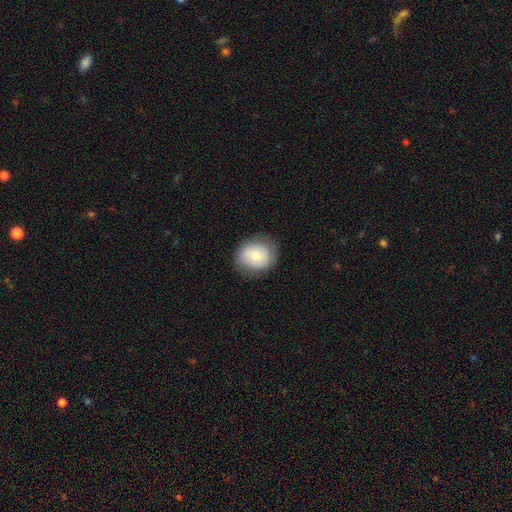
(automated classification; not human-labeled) A smooth galaxy with no disk features (71%) that is round (61%).

Vote fractions:
- Smooth or featured? smooth: 71% / featured or disk: 22% / star or artifact: 7%
- How rounded? round: 61% / in between: 39% / cigar-shaped: 1%
- Merging? none: 80% / minor disturbance: 15% / major disturbance: 4% / merger: 1%